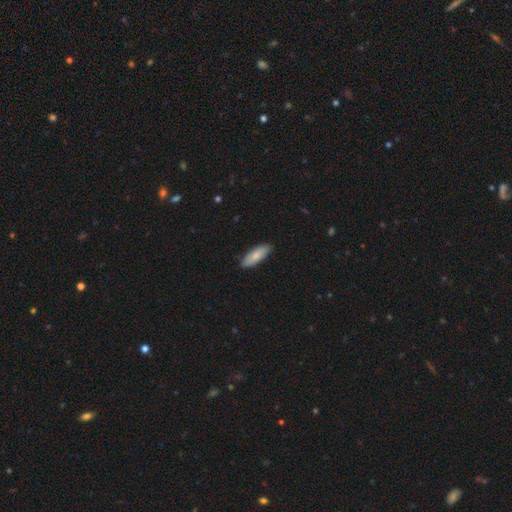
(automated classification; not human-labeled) smooth 79%, featured or disk 15%, star or artifact 5%. Down the decision tree: how rounded — in between (58%); merging — none (87%).